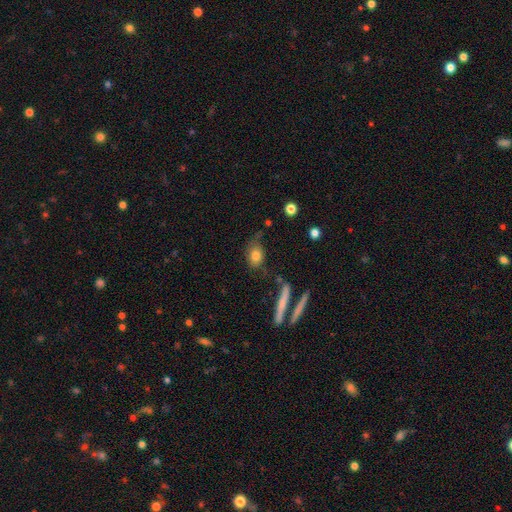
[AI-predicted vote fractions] Morphology: type=smooth (77%); roundness=in between (60%); merging=none (60%).